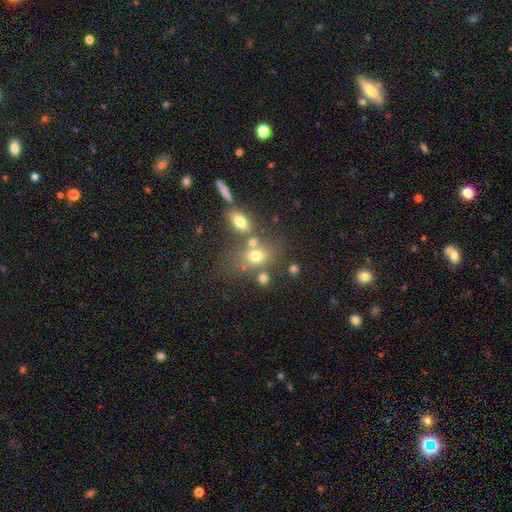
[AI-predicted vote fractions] Morphology: type=smooth (69%); roundness=in between (54%); merging=none (51%).